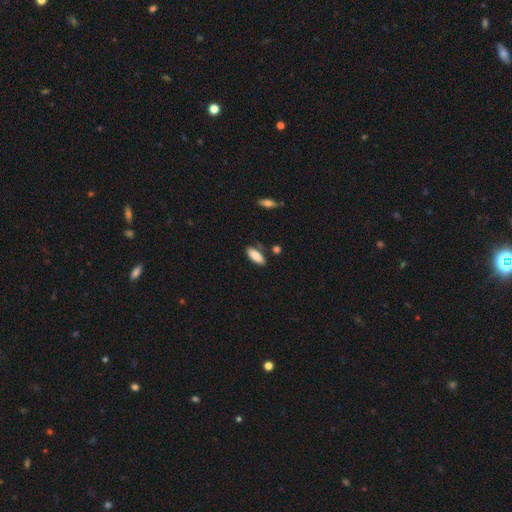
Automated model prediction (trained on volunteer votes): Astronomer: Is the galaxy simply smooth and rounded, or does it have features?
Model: smooth — 86%.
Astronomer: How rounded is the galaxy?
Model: in between — 77%.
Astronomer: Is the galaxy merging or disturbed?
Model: none — 78%.